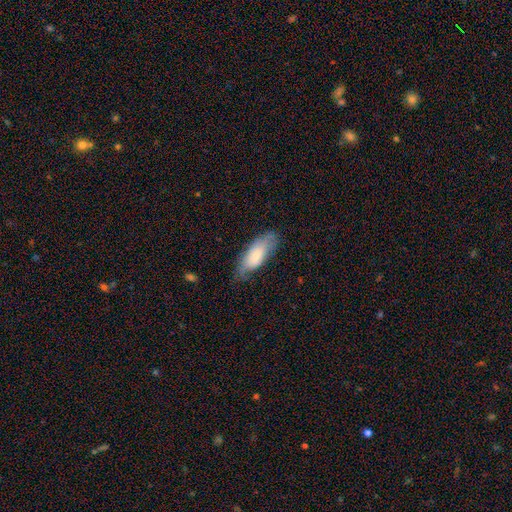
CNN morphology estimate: Overall: smooth (69%). How rounded: in between (80%). Merging: none (56%; minor disturbance 31%).